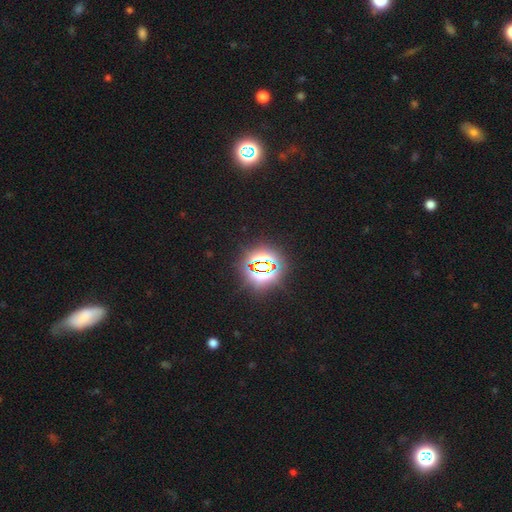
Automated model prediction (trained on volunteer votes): Smooth or featured? Predicted: star or artifact (p=0.78).